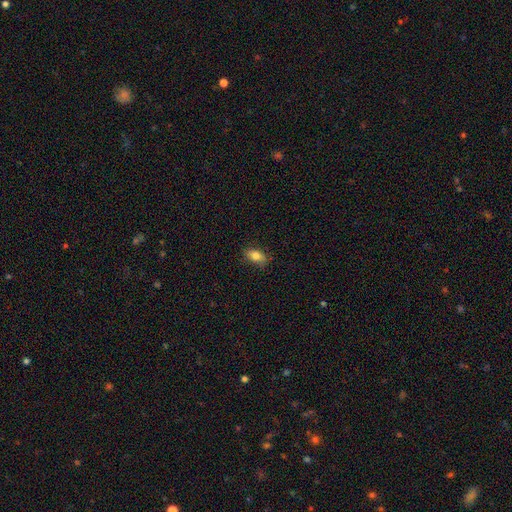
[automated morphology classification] smooth-or-featured: smooth: 81% | featured or disk: 11% | star or artifact: 8%
  how-rounded: in between: 87% | round: 8% | cigar-shaped: 5%
  merging: none: 82% | minor disturbance: 14% | major disturbance: 3% | merger: 1%